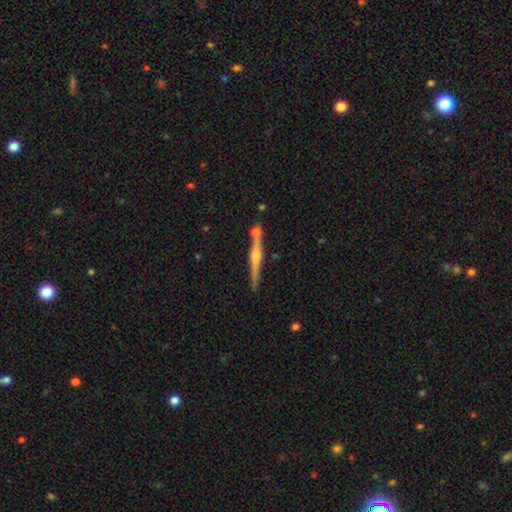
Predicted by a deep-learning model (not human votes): featured or disk 75%, smooth 18%, star or artifact 7%. Down the decision tree: edge-on disk — yes (98%); edge-on bulge — rounded (82%); merging — none (78%).